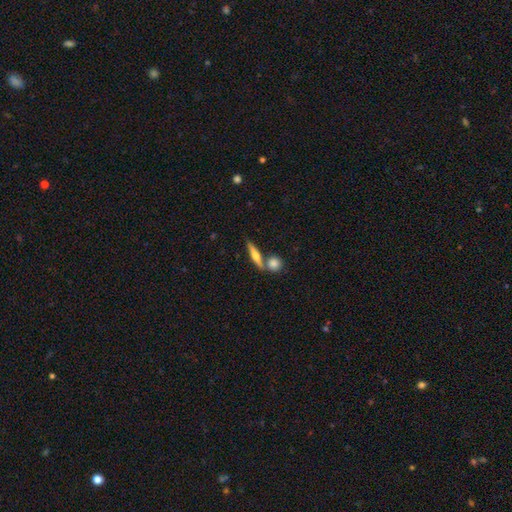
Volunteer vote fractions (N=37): This is likely a featured or disk galaxy (62%). It is clearly viewed edge-on (96%). Edge-on bulge: clearly rounded (100%). Merging: likely none (62%).